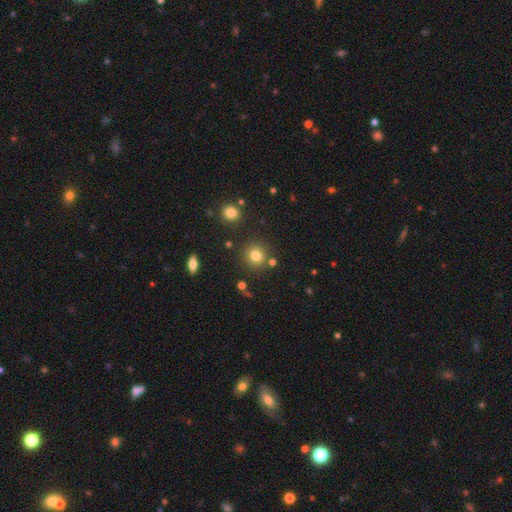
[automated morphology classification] Overall: smooth (80%). How rounded: round (90%). Merging: none (85%).